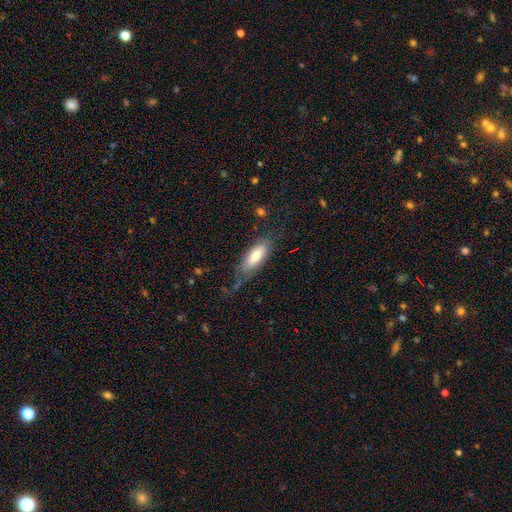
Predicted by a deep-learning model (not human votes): Q: Smooth or featured?
A: smooth (69%); runner-up: featured or disk (25%)
Q: How rounded?
A: in between (74%); runner-up: cigar-shaped (24%)
Q: Merging?
A: none (58%); runner-up: minor disturbance (26%)